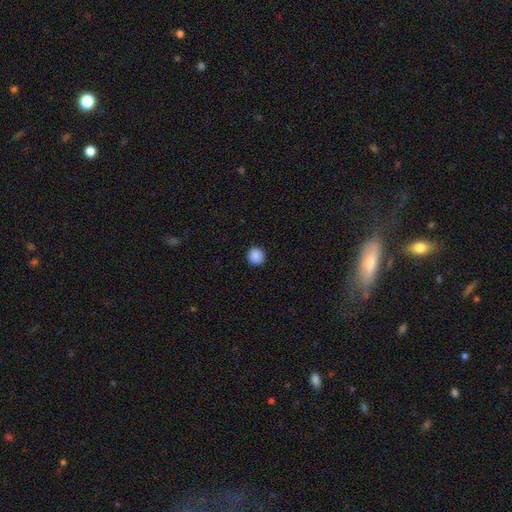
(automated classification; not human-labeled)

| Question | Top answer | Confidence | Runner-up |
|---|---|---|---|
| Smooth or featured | smooth | 89% | star or artifact (8%) |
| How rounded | round | 95% | in between (4%) |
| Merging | none | 93% | minor disturbance (4%) |